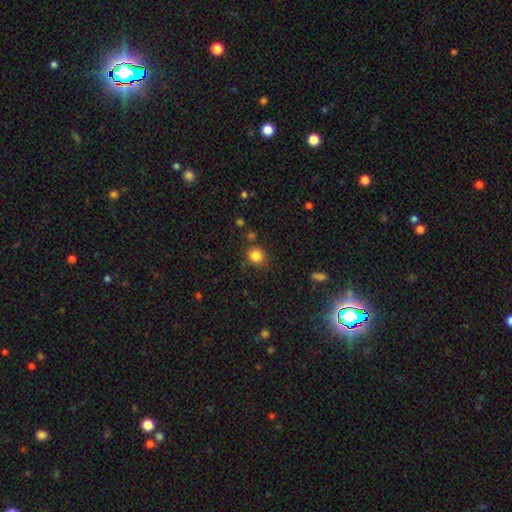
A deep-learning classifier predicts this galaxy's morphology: Smooth or featured? smooth (84%)
How rounded? round (83%)
Merging? none (79%)